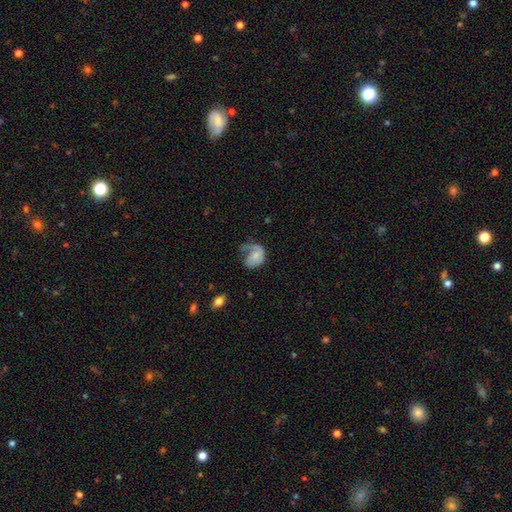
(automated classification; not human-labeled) A featured or disk galaxy (62%) with no bar (70%), 1 (67%) medium (36%) spiral arms (84%) and a small central bulge (54%). Merging: major disturbance (41%).